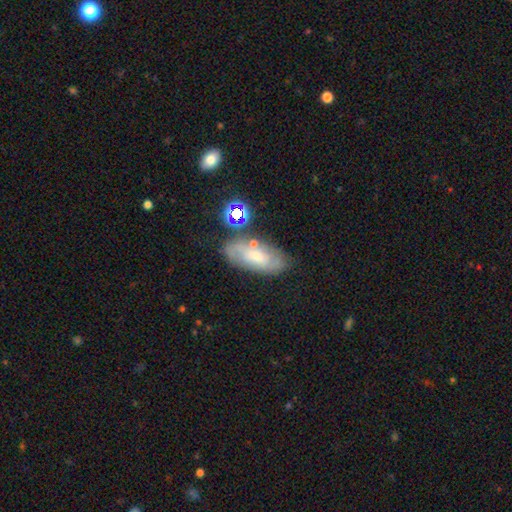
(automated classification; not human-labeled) smooth-or-featured: featured or disk: 49% | smooth: 39% | star or artifact: 12%
  merging: none: 65% | minor disturbance: 20% | merger: 9% | major disturbance: 6%